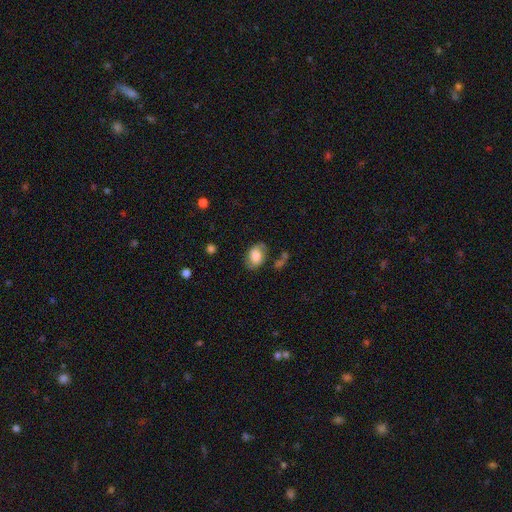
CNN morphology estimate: This is likely a smooth galaxy (73%). How rounded: clearly in between (81%). Merging: likely none (61%).